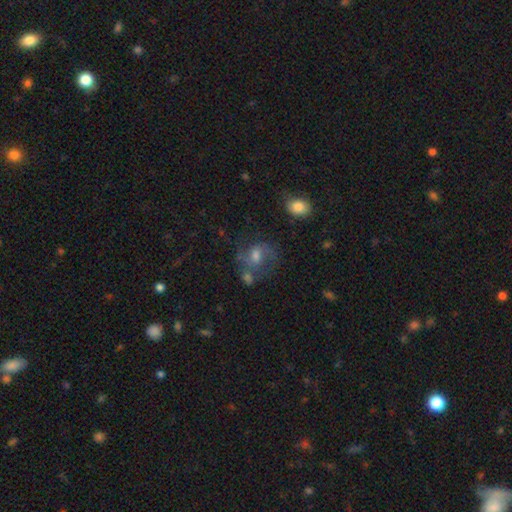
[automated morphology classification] Smooth or featured?
  - featured or disk: 60% *
  - smooth: 26%
  - star or artifact: 14%
Edge-on disk?
  - no: 97% *
  - yes: 3%
Bar?
  - no: 47% *
  - weak: 43%
  - strong: 10%
Spiral arms?
  - yes: 84% *
  - no: 16%
Bulge size?
  - moderate: 56% *
  - small: 25%
  - large: 11%
  - none: 6%
  - dominant: 2%
Merging?
  - none: 55% *
  - minor disturbance: 18%
  - merger: 14%
  - major disturbance: 13%